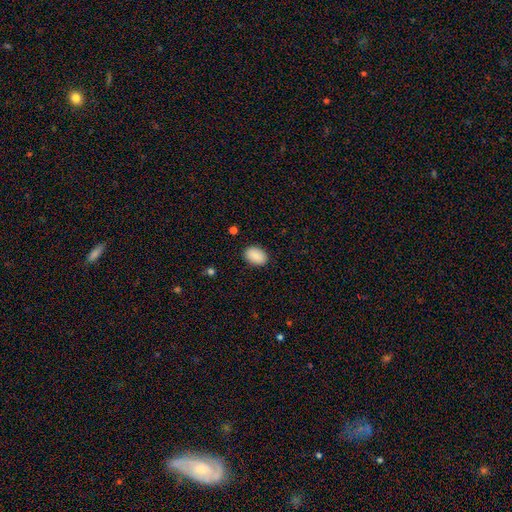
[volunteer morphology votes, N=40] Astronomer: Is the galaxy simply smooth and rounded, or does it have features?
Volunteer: smooth — 90%.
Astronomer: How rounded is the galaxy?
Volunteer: in between — 97%.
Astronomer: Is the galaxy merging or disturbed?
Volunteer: none — 92%.